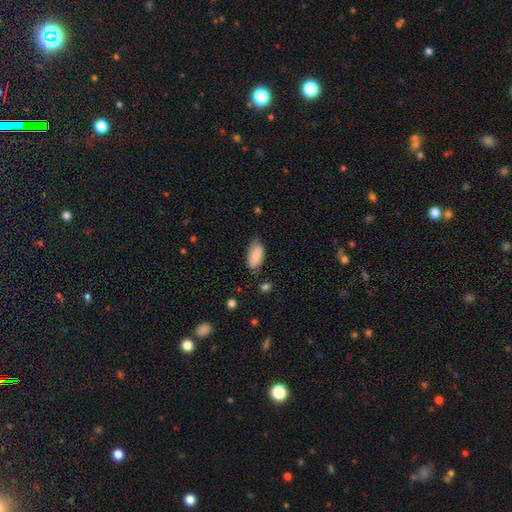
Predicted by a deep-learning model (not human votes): Overall: smooth (86%). How rounded: in between (92%). Merging: none (72%).